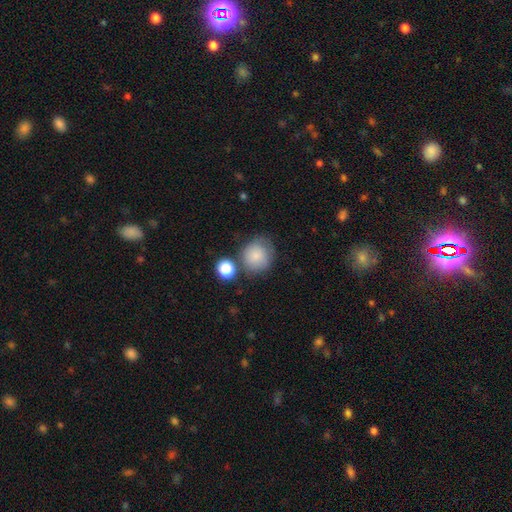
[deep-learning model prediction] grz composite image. It shows a smooth galaxy with no disk features (84%) that is round (83%). Merging: none (62%).